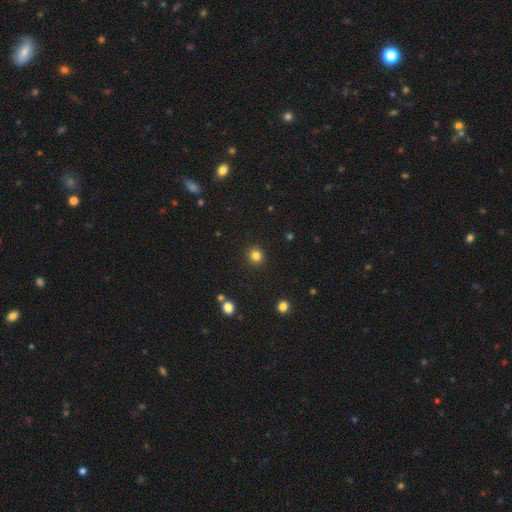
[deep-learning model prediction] smooth_or_featured: smooth (p=0.83) [alt: star or artifact p=0.13]
how_rounded: round (p=0.91) [alt: in between p=0.08]
merging: none (p=0.92) [alt: minor disturbance p=0.05]